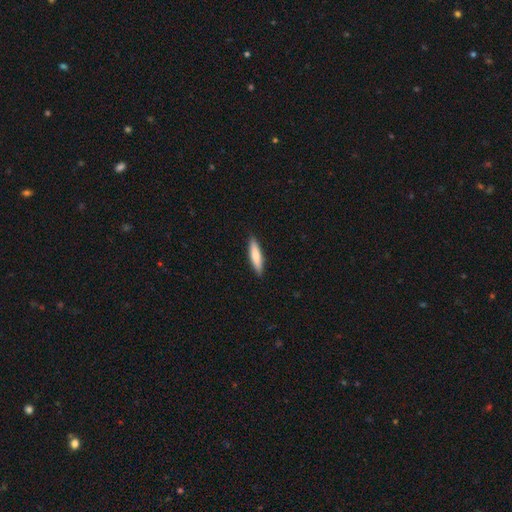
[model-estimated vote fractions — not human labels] Overall: smooth (75%). How rounded: cigar-shaped (79%). Merging: none (90%).